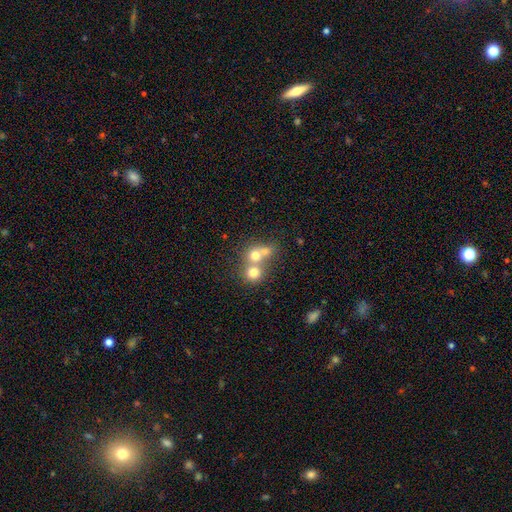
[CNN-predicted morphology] Smooth or featured: smooth — 67% (featured or disk — 19%)
How rounded: round — 79% (in between — 20%)
Merging: merger — 61% (none — 31%)